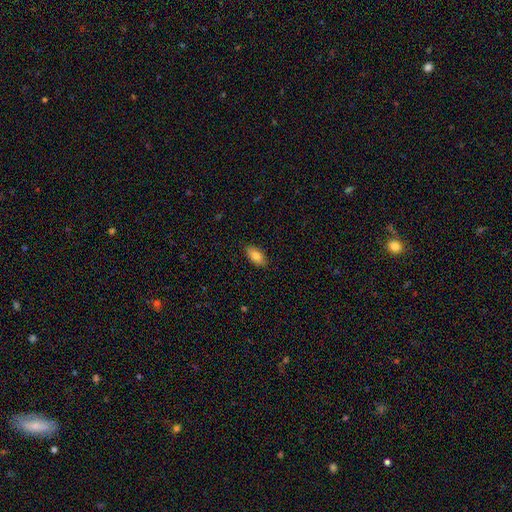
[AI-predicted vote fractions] smooth-or-featured: smooth: 81% | featured or disk: 12% | star or artifact: 7%
  how-rounded: in between: 91% | cigar-shaped: 5% | round: 3%
  merging: none: 88% | minor disturbance: 9% | major disturbance: 2% | merger: 1%